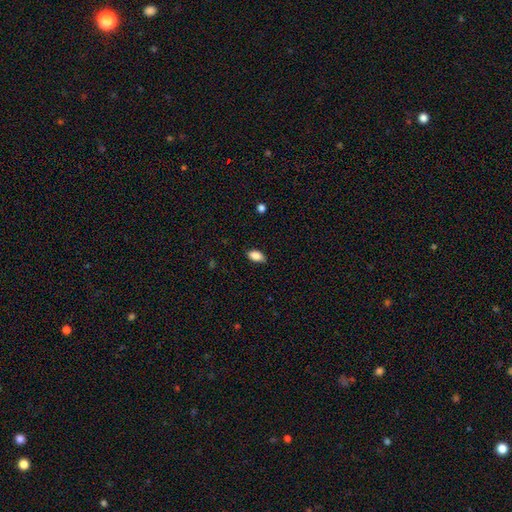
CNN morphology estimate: Q: Smooth or featured?
A: smooth (88%); runner-up: star or artifact (7%)
Q: How rounded?
A: in between (91%); runner-up: round (5%)
Q: Merging?
A: none (82%); runner-up: minor disturbance (15%)